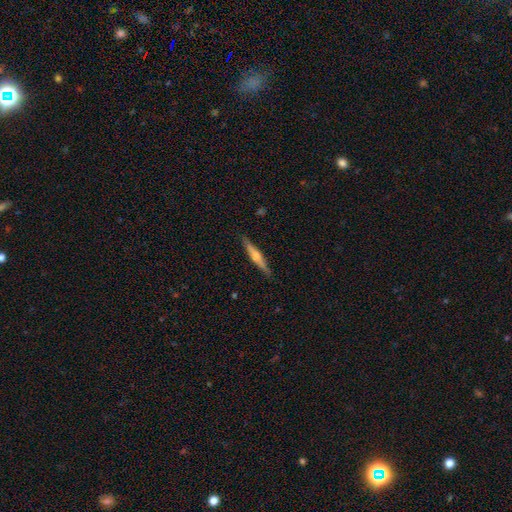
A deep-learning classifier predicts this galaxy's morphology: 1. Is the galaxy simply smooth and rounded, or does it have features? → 57% featured or disk, 37% smooth, 6% star or artifact.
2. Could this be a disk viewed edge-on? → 97% yes, 3% no.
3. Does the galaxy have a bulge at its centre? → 79% rounded, 11% none, 10% boxy.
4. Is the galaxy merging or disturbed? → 89% none, 8% minor disturbance, 2% major disturbance, 1% merger.